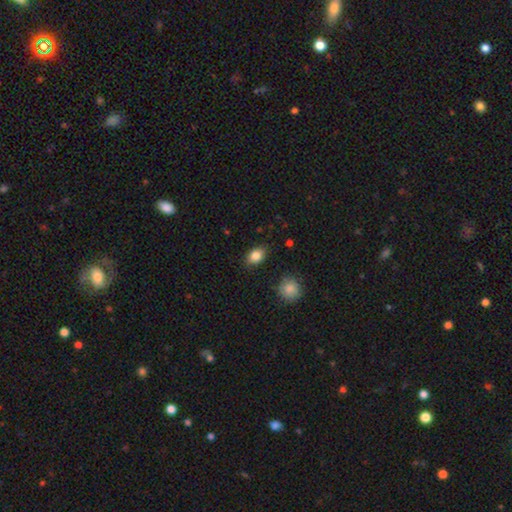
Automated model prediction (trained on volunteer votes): This appears to be a smooth galaxy with no disk features (85%) that is in between round and cigar-shaped (75%). Merging: none (85%).